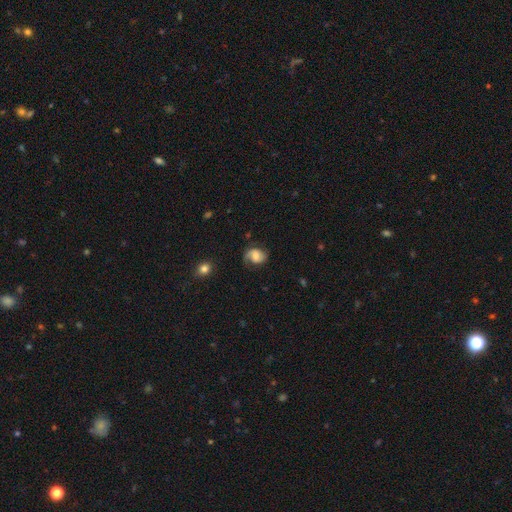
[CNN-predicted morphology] A featured or disk galaxy (66%) with no bar (51%), 2 (77%) medium (46%) spiral arms (93%) and a moderate central bulge (49%). Merging: none (67%).